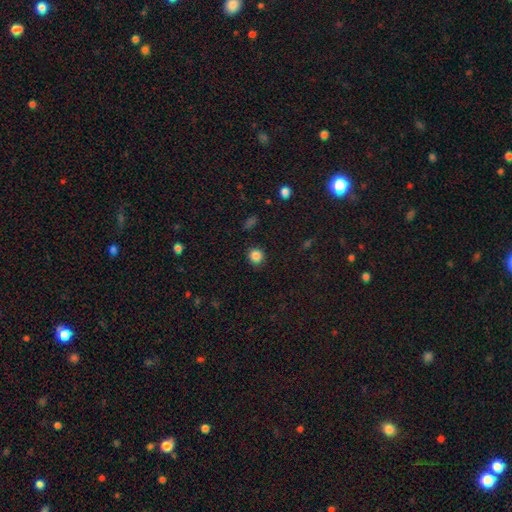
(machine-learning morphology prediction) Smooth or featured?
  - smooth: 85% *
  - star or artifact: 11%
  - featured or disk: 4%
How rounded?
  - round: 85% *
  - in between: 14%
  - cigar-shaped: 1%
Merging?
  - none: 87% *
  - minor disturbance: 9%
  - major disturbance: 2%
  - merger: 1%